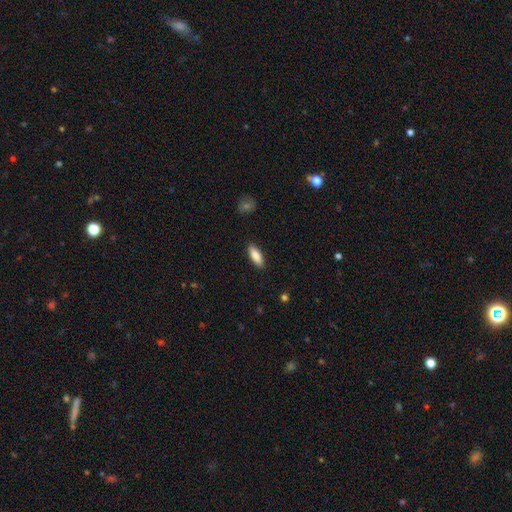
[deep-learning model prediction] smooth_or_featured: smooth (p=0.83) [alt: featured or disk p=0.11]
how_rounded: in between (p=0.63) [alt: cigar-shaped p=0.35]
merging: none (p=0.89) [alt: minor disturbance p=0.08]